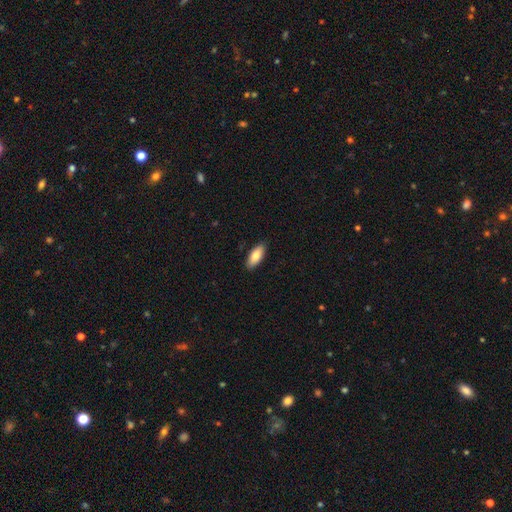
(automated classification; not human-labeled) Morphology: type=smooth (84%); roundness=in between (85%); merging=none (89%).